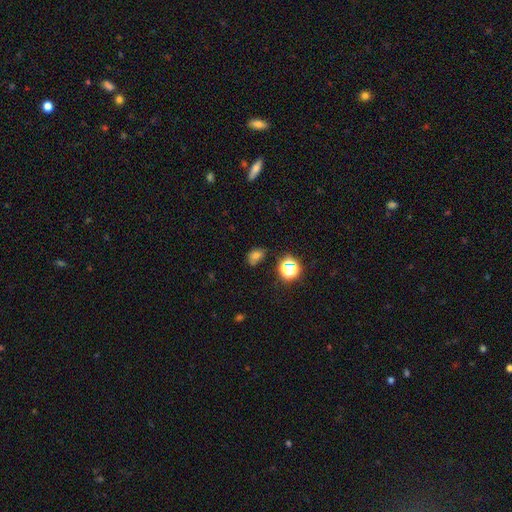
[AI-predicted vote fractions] A smooth galaxy with no disk features (65%) that is in between round and cigar-shaped (65%). Merging: none (72%).